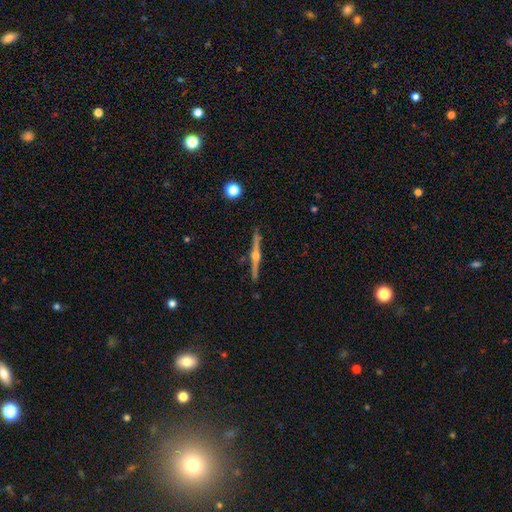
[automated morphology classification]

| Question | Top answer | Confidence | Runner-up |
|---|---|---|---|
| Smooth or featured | featured or disk | 85% | smooth (9%) |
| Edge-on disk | yes | 99% | no (1%) |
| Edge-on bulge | rounded | 94% | boxy (3%) |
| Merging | none | 91% | minor disturbance (6%) |